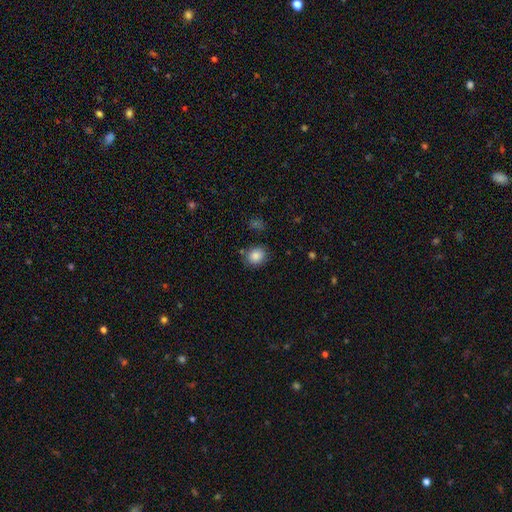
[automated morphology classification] This appears to be a smooth galaxy with no disk features (85%) that is round (70%). Merging: none (78%).